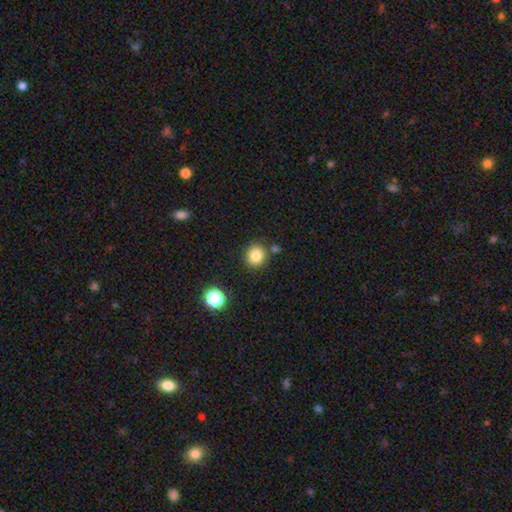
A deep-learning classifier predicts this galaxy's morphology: smooth 83%, star or artifact 11%, featured or disk 5%. Down the decision tree: how rounded — round (86%); merging — none (84%).